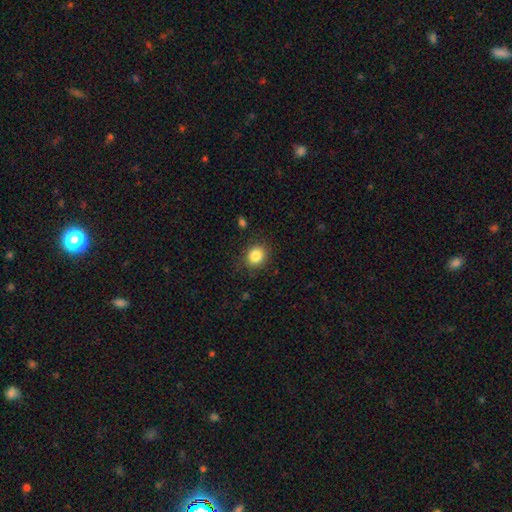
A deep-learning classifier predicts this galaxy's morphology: smooth_or_featured: smooth (p=0.85) [alt: star or artifact p=0.10]
how_rounded: round (p=0.71) [alt: in between p=0.29]
merging: none (p=0.85) [alt: minor disturbance p=0.10]